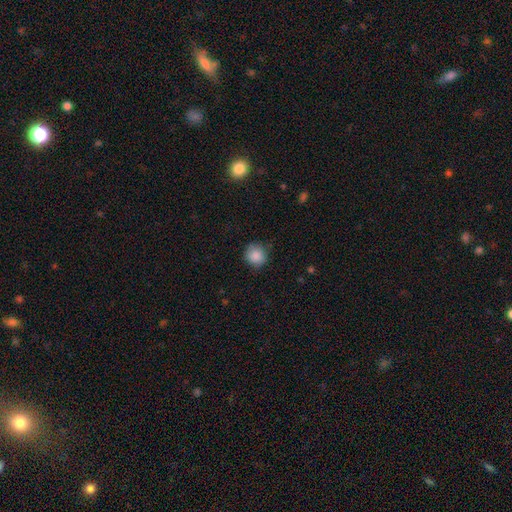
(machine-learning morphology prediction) A smooth galaxy with no disk features (87%) that is round (89%). Merging: none (82%).